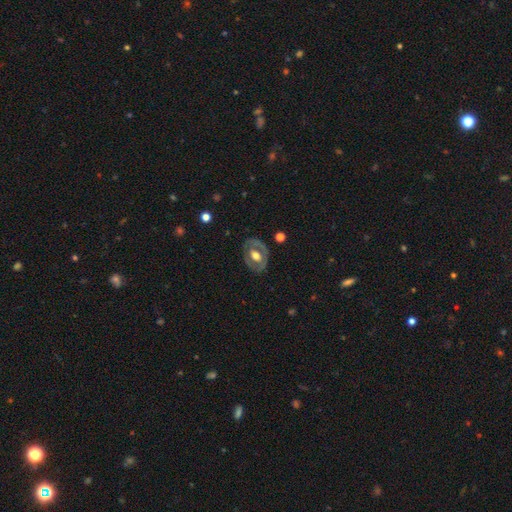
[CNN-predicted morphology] Smooth or featured: featured or disk — 62% (smooth — 32%)
Edge-on disk: no — 93% (yes — 7%)
Bar: no — 63% (weak — 26%)
Spiral arms: no — 77% (yes — 23%)
Bulge size: moderate — 63% (large — 28%)
Merging: none — 76% (minor disturbance — 16%)